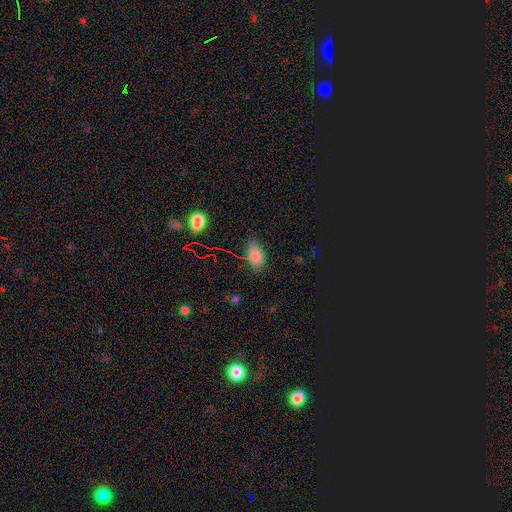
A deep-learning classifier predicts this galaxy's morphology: Smooth or featured? Predicted: smooth (p=0.80). How rounded? Predicted: in between (p=0.89). Merging? Predicted: none (p=0.76).